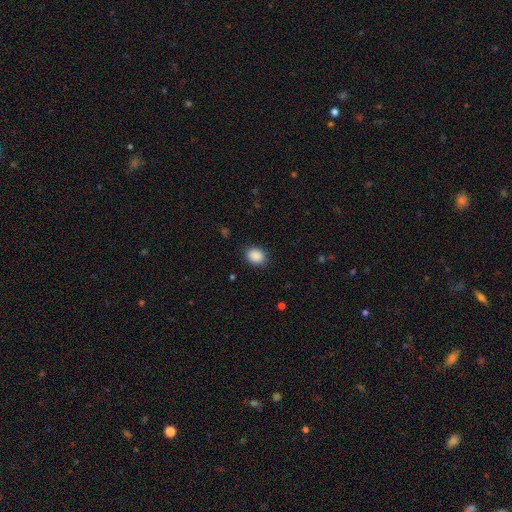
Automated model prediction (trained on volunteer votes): The model was most divided on "how rounded": in between: 52%, round: 47%, cigar-shaped: 1%. More confident: smooth or featured — smooth (89%); merging — none (87%).